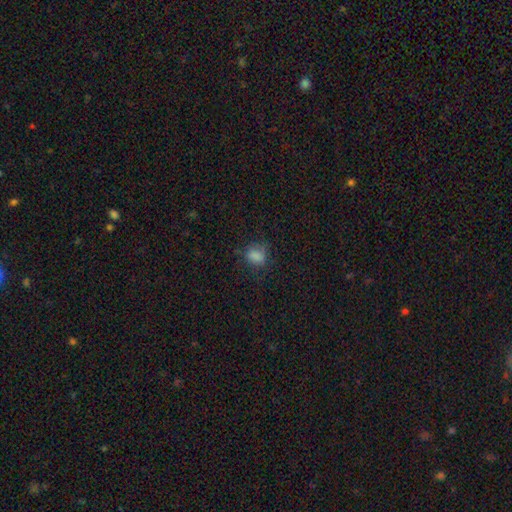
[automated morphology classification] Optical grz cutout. It shows a smooth galaxy with no disk features (79%) that is round (51%). Merging: none (66%).